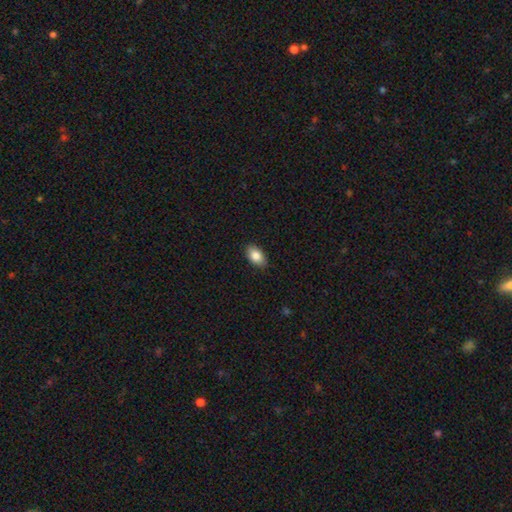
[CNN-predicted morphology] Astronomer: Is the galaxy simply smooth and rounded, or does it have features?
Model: smooth — 85%.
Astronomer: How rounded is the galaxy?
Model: in between — 91%.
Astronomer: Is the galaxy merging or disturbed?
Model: none — 87%.